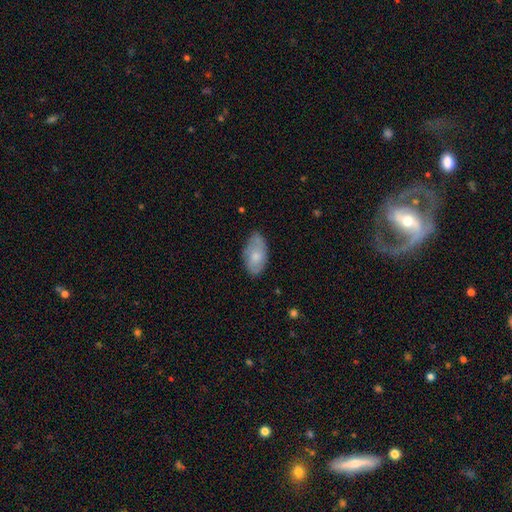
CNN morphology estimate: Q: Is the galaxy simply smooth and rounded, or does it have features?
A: smooth — 69%.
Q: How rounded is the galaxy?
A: in between — 94%.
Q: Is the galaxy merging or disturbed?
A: none — 69%.